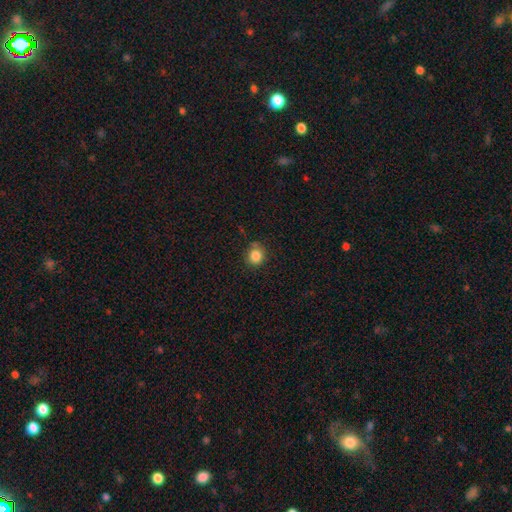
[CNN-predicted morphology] Smooth or featured?
  - smooth: 84% *
  - star or artifact: 11%
  - featured or disk: 5%
How rounded?
  - round: 84% *
  - in between: 15%
  - cigar-shaped: 1%
Merging?
  - none: 76% *
  - minor disturbance: 15%
  - merger: 5%
  - major disturbance: 4%